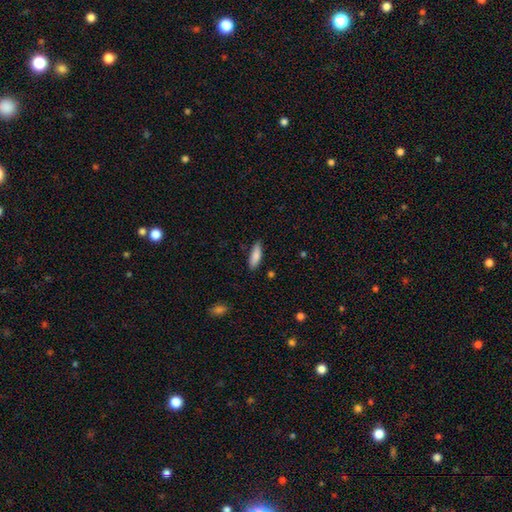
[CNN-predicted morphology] Smooth or featured? smooth (85%)
How rounded? in between (54%)
Merging? none (81%)